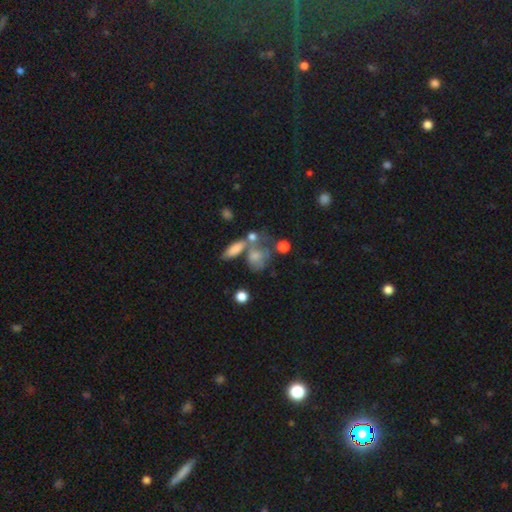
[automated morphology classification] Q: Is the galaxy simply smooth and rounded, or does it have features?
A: smooth — 64%.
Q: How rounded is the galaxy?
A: in between — 62%.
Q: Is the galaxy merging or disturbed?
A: merger — 33%.